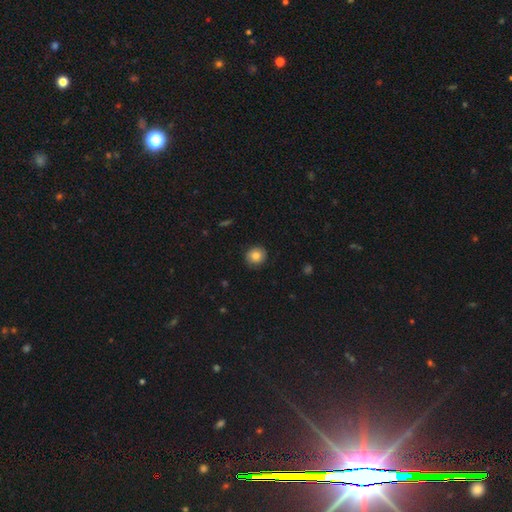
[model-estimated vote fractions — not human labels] Q: Smooth or featured?
A: smooth (83%); runner-up: star or artifact (9%)
Q: How rounded?
A: round (87%); runner-up: in between (12%)
Q: Merging?
A: none (88%); runner-up: minor disturbance (9%)